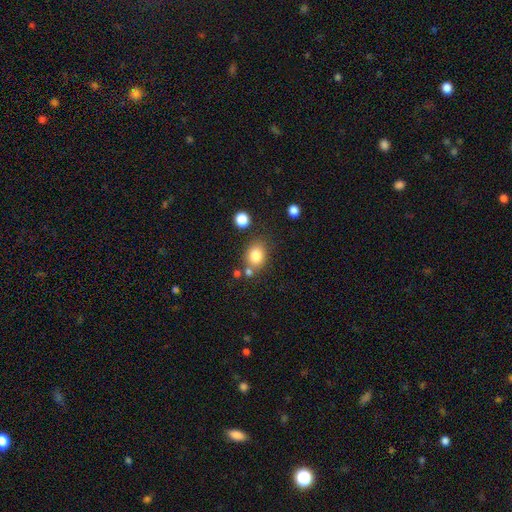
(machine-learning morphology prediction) smooth_or_featured: smooth (p=0.81) [alt: star or artifact p=0.11]
how_rounded: round (p=0.55) [alt: in between p=0.44]
merging: none (p=0.70) [alt: minor disturbance p=0.14]